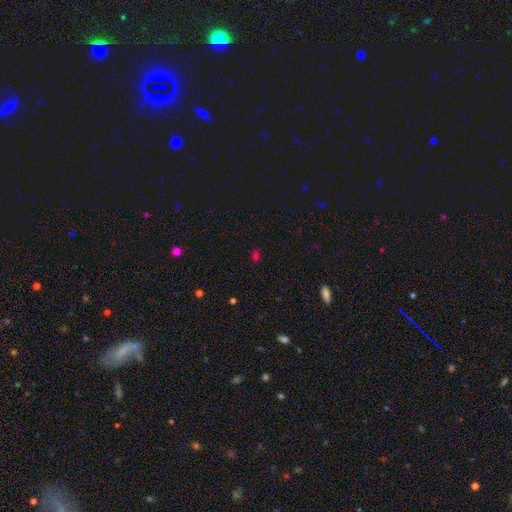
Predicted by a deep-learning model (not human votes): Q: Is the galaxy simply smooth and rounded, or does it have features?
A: smooth — 53%.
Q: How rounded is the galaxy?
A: in between — 77%.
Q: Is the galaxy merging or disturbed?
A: none — 76%.